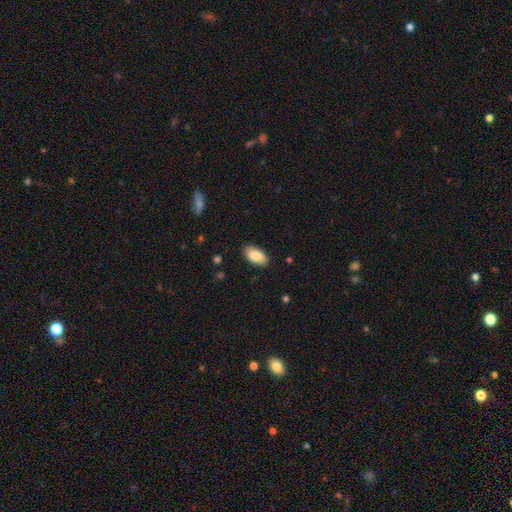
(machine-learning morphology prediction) A smooth galaxy with no disk features (87%) that is in between round and cigar-shaped (94%). Merging: none (88%).